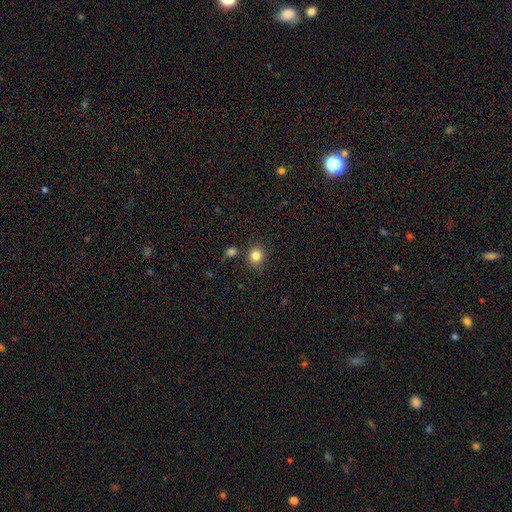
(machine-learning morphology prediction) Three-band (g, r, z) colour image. It shows a smooth galaxy with no disk features (83%) that is round (79%). Merging: none (81%).